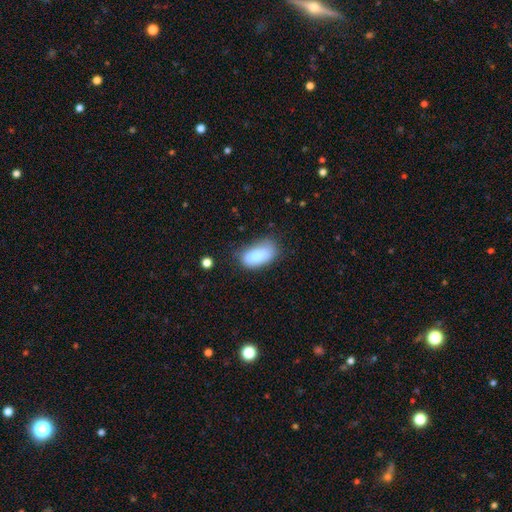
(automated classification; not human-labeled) smooth 79%, featured or disk 14%, star or artifact 8%. Down the decision tree: how rounded — in between (88%); merging — none (64%).